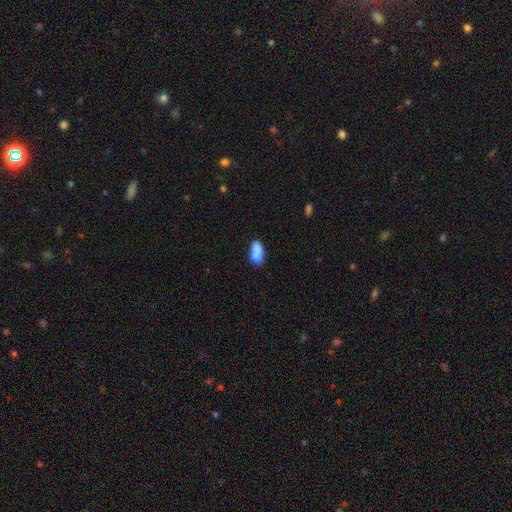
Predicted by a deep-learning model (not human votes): Smooth or featured: smooth — 73% (featured or disk — 18%)
How rounded: in between — 81% (round — 11%)
Merging: merger — 43% (none — 33%)